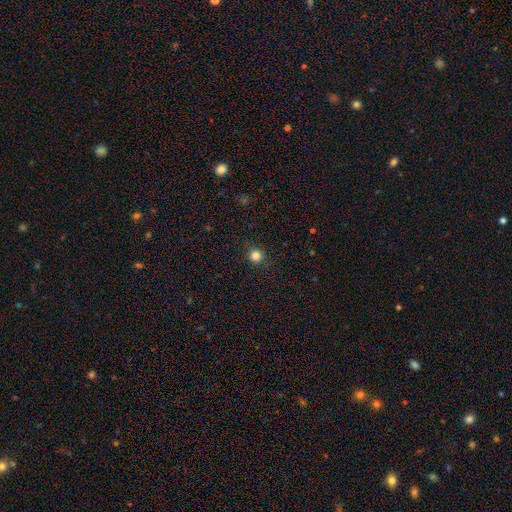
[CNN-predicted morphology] smooth-or-featured: smooth: 83% | star or artifact: 13% | featured or disk: 4%
  how-rounded: round: 94% | in between: 5% | cigar-shaped: 1%
  merging: none: 91% | minor disturbance: 6% | major disturbance: 2% | merger: 1%